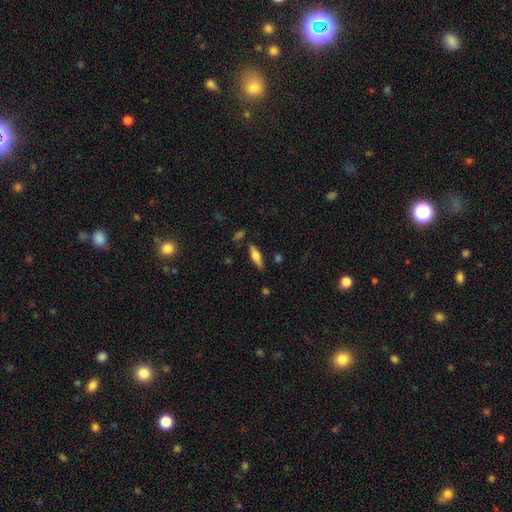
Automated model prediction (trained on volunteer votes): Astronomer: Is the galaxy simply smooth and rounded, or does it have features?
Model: smooth — 51% (runner-up: featured or disk, 42%).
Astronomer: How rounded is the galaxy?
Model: cigar-shaped — 55% (runner-up: in between, 42%).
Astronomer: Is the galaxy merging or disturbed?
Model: none — 81%.